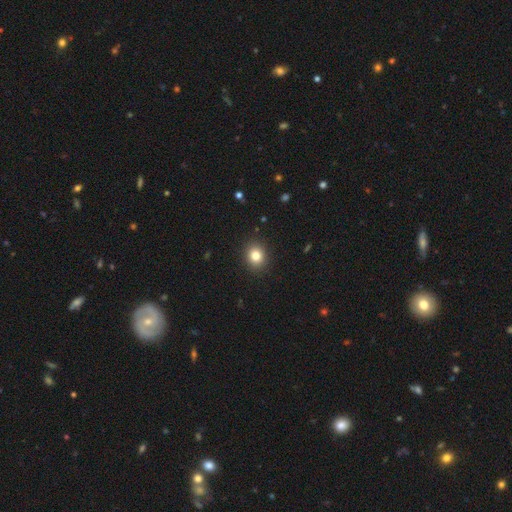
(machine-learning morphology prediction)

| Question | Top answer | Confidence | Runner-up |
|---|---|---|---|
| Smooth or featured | smooth | 82% | star or artifact (11%) |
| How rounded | round | 73% | in between (26%) |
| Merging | none | 91% | minor disturbance (6%) |